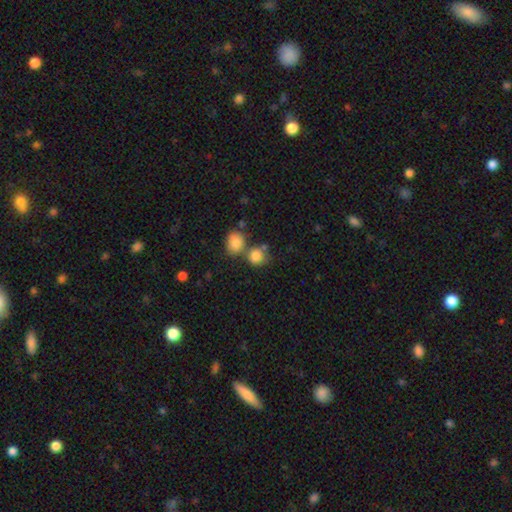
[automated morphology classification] A smooth galaxy with no disk features (83%) that is round (77%).

Vote fractions:
- Smooth or featured? smooth: 83% / star or artifact: 10% / featured or disk: 7%
- How rounded? round: 77% / in between: 22% / cigar-shaped: 1%
- Merging? none: 50% / merger: 35% / minor disturbance: 10% / major disturbance: 4%